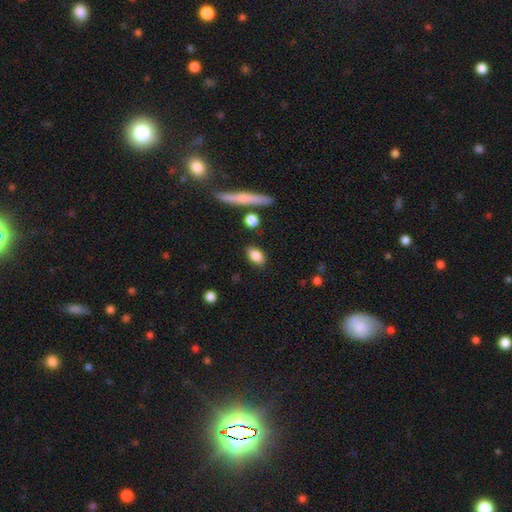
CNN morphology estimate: This appears to be a smooth galaxy with no disk features (85%) that is in between round and cigar-shaped (83%). Merging: none (85%).